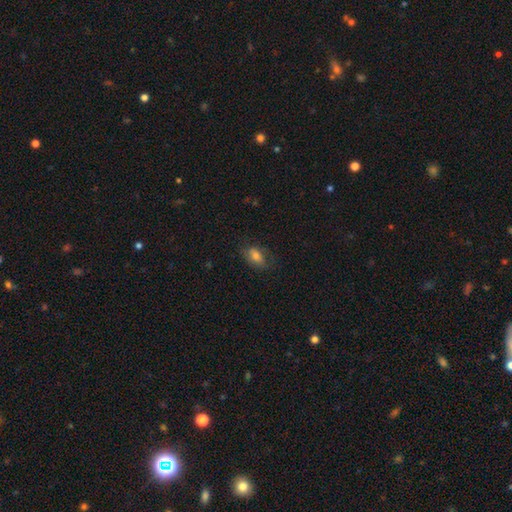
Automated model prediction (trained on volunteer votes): A smooth galaxy with no disk features (73%) that is in between round and cigar-shaped (85%).

Vote fractions:
- Smooth or featured? smooth: 73% / featured or disk: 18% / star or artifact: 10%
- How rounded? in between: 85% / round: 12% / cigar-shaped: 3%
- Merging? none: 70% / minor disturbance: 21% / major disturbance: 8% / merger: 1%